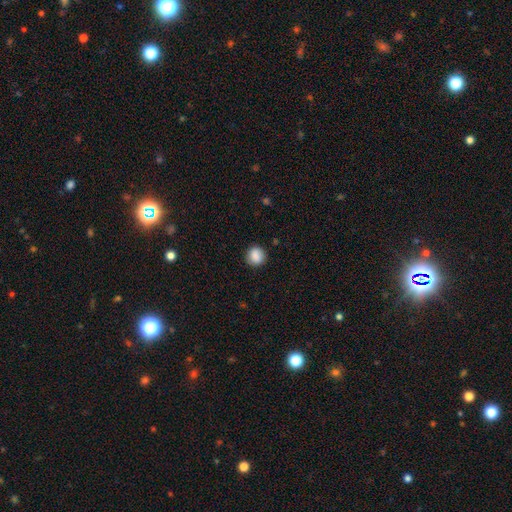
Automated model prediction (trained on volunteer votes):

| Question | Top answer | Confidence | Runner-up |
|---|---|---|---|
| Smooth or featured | smooth | 87% | star or artifact (9%) |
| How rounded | round | 86% | in between (13%) |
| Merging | none | 87% | minor disturbance (10%) |